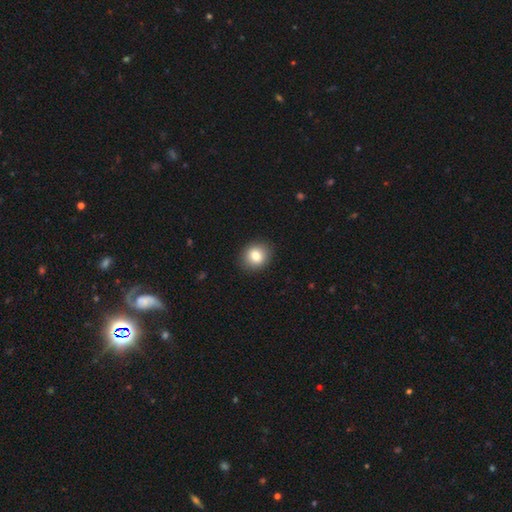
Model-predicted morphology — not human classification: Q: Smooth or featured?
A: smooth (83%); runner-up: star or artifact (9%)
Q: How rounded?
A: round (73%); runner-up: in between (26%)
Q: Merging?
A: none (90%); runner-up: minor disturbance (7%)